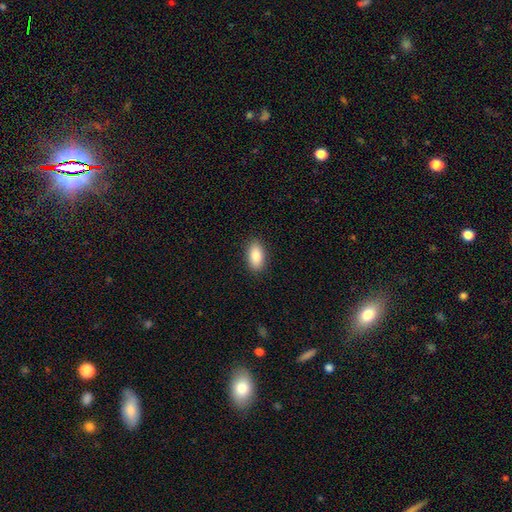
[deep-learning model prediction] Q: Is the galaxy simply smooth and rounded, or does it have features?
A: smooth — 87%.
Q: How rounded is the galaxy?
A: in between — 93%.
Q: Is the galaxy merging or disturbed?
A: none — 89%.